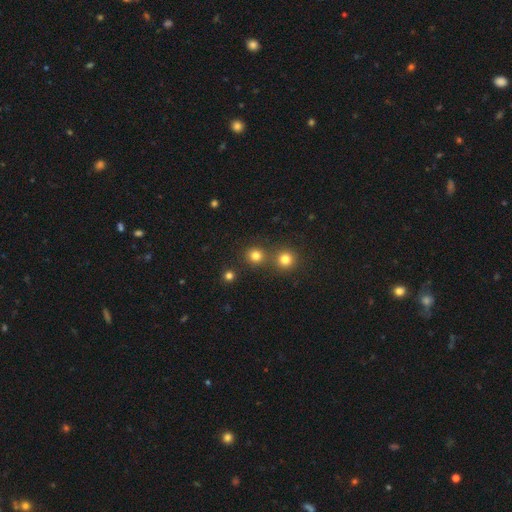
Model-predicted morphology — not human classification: Smooth or featured? Predicted: smooth (p=0.79). How rounded? Predicted: round (p=0.90). Merging? Predicted: none (p=0.74).